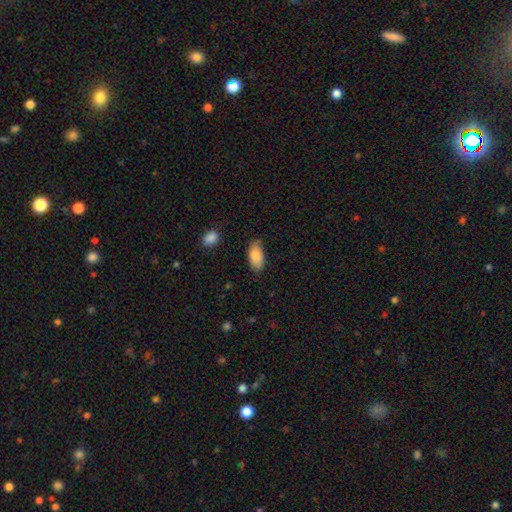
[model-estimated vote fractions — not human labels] Smooth or featured?
  - smooth: 85% *
  - featured or disk: 8%
  - star or artifact: 7%
How rounded?
  - in between: 92% *
  - cigar-shaped: 5%
  - round: 2%
Merging?
  - none: 74% *
  - minor disturbance: 21%
  - major disturbance: 4%
  - merger: 2%